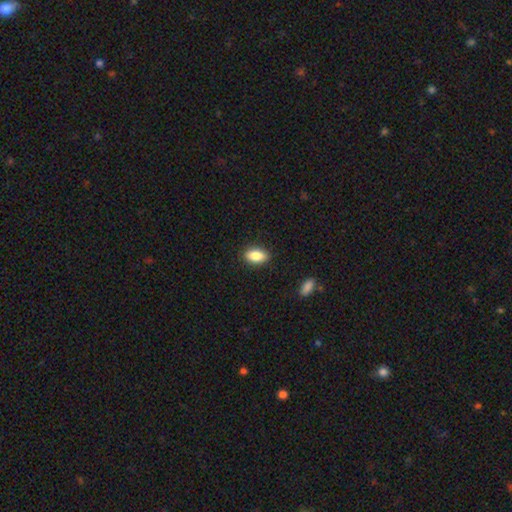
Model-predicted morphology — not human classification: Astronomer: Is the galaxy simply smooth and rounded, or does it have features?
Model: smooth — 87%.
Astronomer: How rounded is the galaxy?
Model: in between — 90%.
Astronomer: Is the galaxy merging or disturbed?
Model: none — 88%.